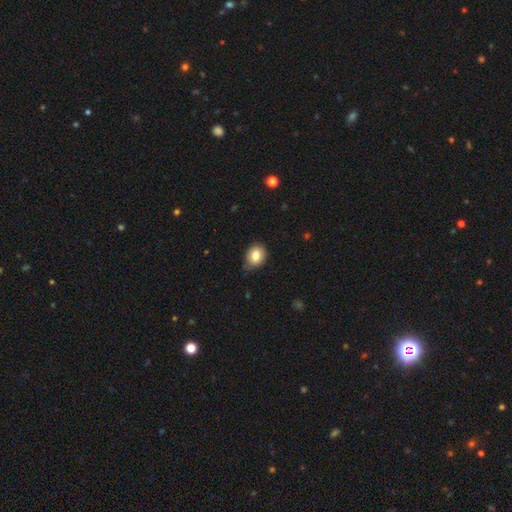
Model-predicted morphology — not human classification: This appears to be a smooth galaxy with no disk features (82%) that is round (56%). Merging: none (77%).